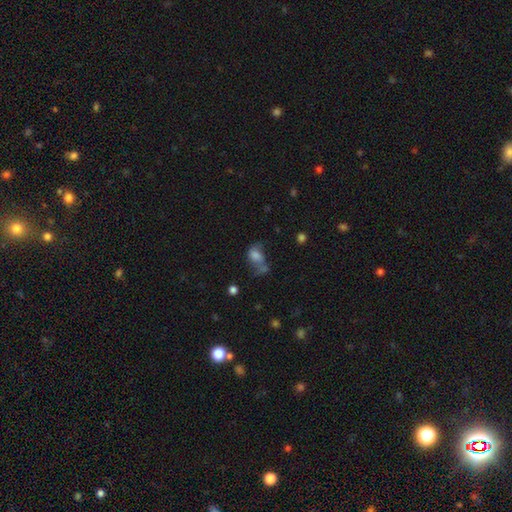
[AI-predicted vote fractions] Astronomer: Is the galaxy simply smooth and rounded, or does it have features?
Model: smooth — 55%.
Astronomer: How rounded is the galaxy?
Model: in between — 69%.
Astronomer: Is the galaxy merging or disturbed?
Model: none — 29% (runner-up: major disturbance, 28%).